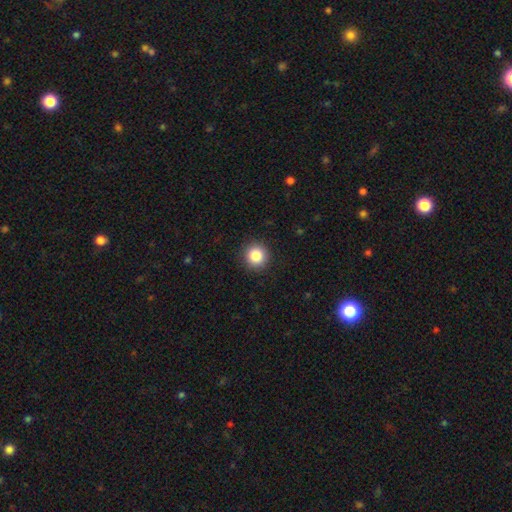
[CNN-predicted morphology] Smooth or featured? smooth (86%)
How rounded? round (94%)
Merging? none (91%)